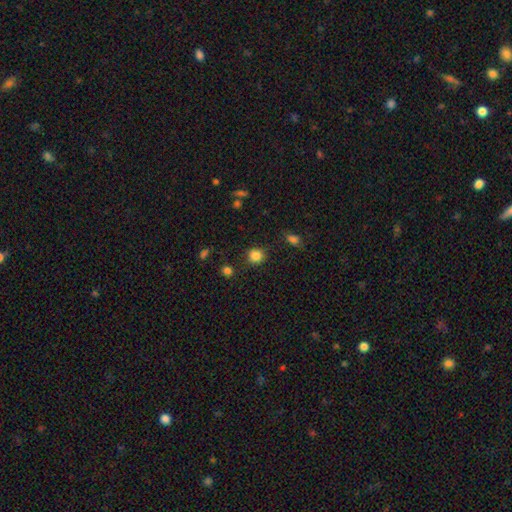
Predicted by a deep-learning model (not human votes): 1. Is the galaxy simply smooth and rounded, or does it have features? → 84% smooth, 12% star or artifact, 4% featured or disk.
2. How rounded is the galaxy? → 88% round, 11% in between, 1% cigar-shaped.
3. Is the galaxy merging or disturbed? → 85% none, 10% minor disturbance, 3% major disturbance, 3% merger.